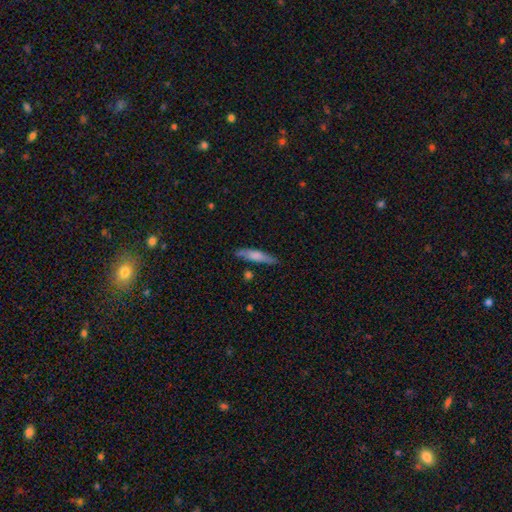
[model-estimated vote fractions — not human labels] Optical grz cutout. It shows a smooth galaxy with no disk features (66%) that is cigar-shaped (82%). Merging: none (77%).